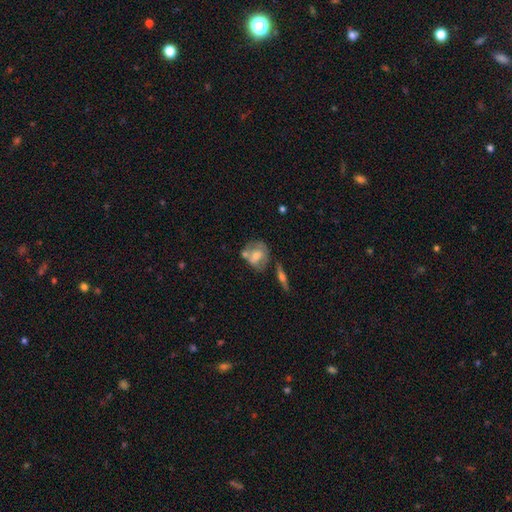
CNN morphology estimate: Smooth or featured: featured or disk — 53% (smooth — 40%)
Edge-on disk: no — 93% (yes — 7%)
Merging: none — 44% (merger — 24%)